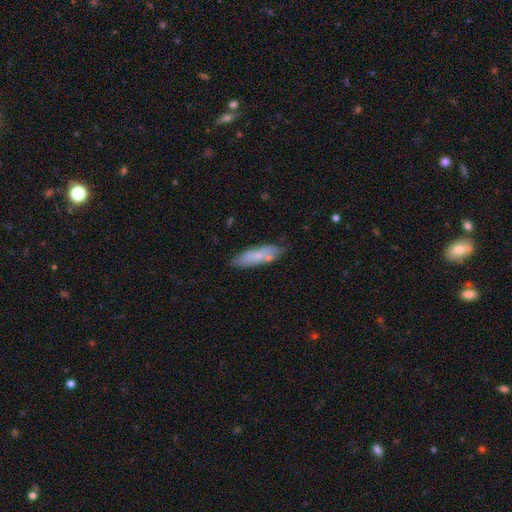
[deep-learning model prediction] smooth-or-featured: smooth: 68% | featured or disk: 26% | star or artifact: 7%
  how-rounded: cigar-shaped: 55% | in between: 43% | round: 2%
  merging: none: 67% | minor disturbance: 19% | merger: 9% | major disturbance: 4%